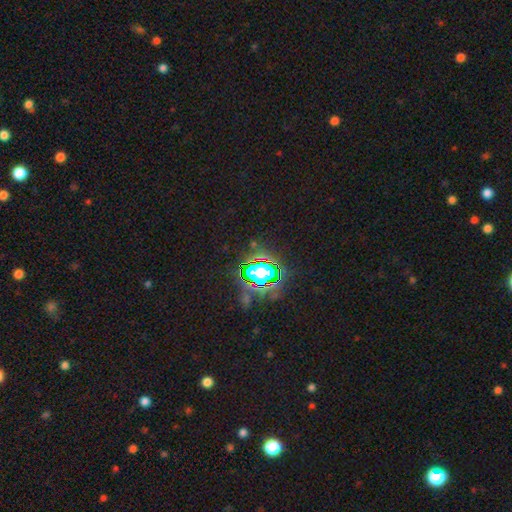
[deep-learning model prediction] Smooth or featured?
  - star or artifact: 83% *
  - smooth: 11%
  - featured or disk: 7%